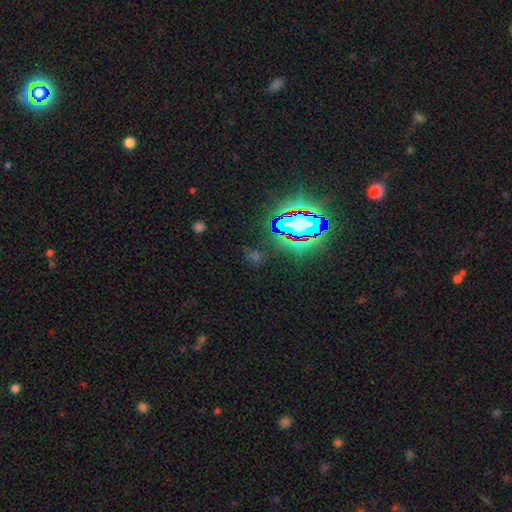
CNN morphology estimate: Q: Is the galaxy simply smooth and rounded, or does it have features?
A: star or artifact — 66%.